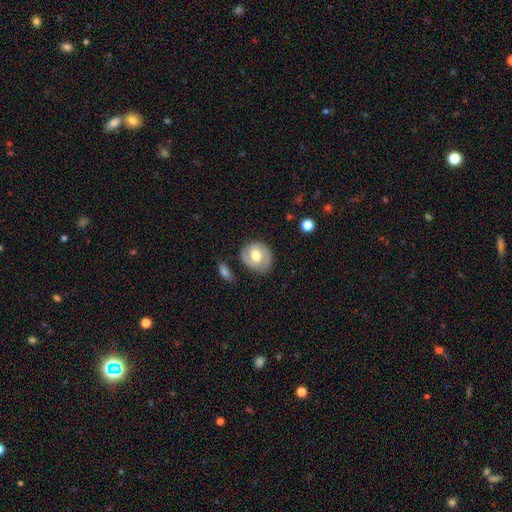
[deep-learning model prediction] smooth_or_featured: featured or disk (p=0.51) [alt: smooth p=0.43]
disk_edge_on: no (p=0.96) [alt: yes p=0.04]
merging: none (p=0.75) [alt: minor disturbance p=0.17]